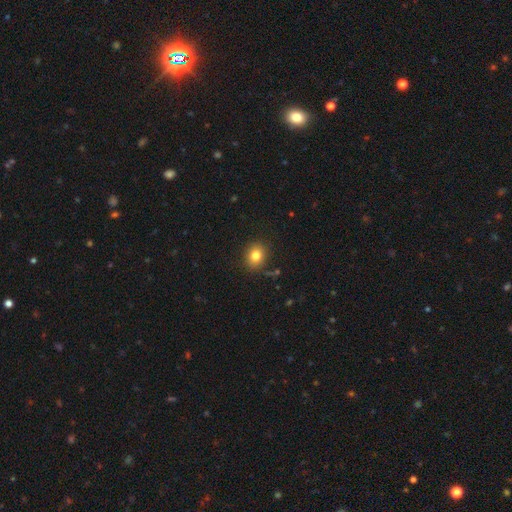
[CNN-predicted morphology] Smooth or featured?
  - smooth: 81% *
  - star or artifact: 12%
  - featured or disk: 7%
How rounded?
  - round: 67% *
  - in between: 32%
  - cigar-shaped: 1%
Merging?
  - none: 86% *
  - minor disturbance: 9%
  - major disturbance: 3%
  - merger: 2%